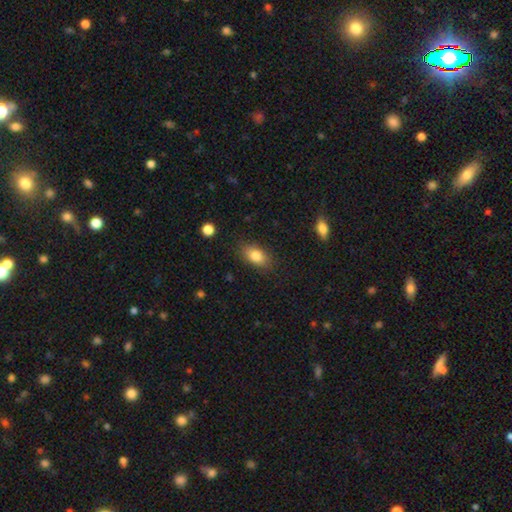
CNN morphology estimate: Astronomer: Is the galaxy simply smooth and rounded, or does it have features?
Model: smooth — 82%.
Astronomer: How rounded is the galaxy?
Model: in between — 87%.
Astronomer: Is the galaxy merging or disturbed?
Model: none — 84%.